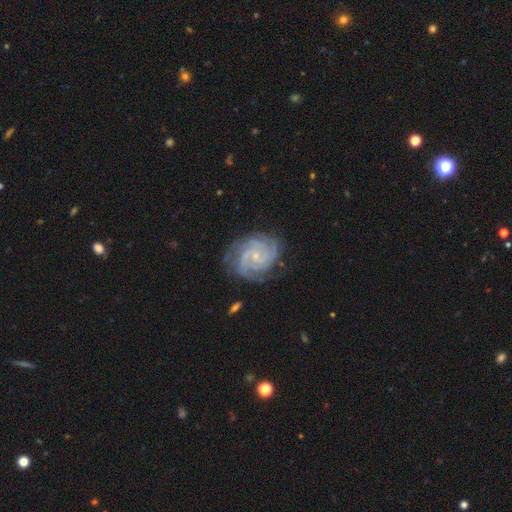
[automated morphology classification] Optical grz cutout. It shows a featured or disk galaxy (91%) with no bar (63%), 3 (33%) tight (72%) spiral arms (99%) and a small central bulge (79%). Merging: none (79%).